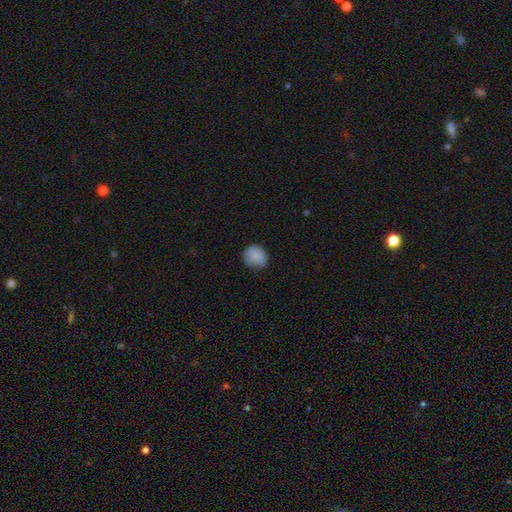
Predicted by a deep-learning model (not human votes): Morphology: type=smooth (85%); roundness=round (76%); merging=none (68%).